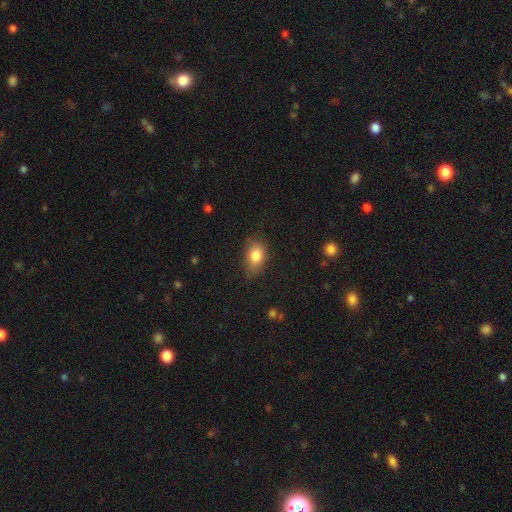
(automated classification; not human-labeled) smooth 83%, featured or disk 9%, star or artifact 9%. Down the decision tree: how rounded — in between (83%); merging — none (75%).